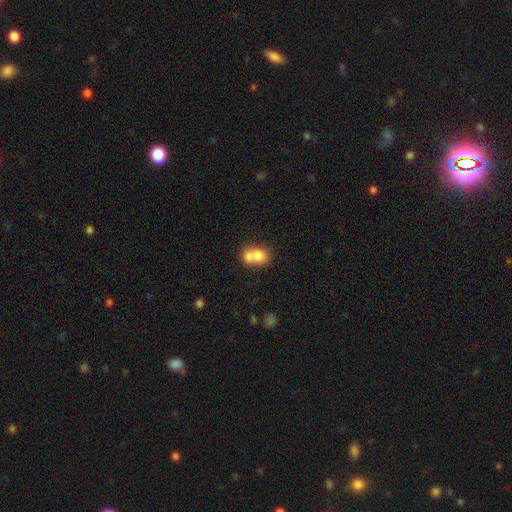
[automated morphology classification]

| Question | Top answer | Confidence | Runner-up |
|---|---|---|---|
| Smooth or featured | smooth | 73% | featured or disk (18%) |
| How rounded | round | 50% | in between (49%) |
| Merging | merger | 65% | none (25%) |